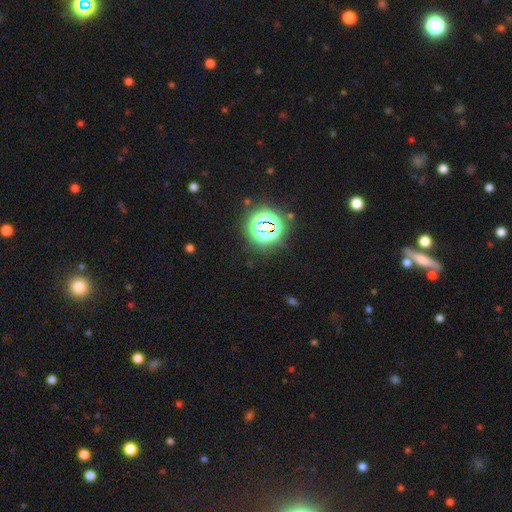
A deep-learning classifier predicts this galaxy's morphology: smooth_or_featured: star or artifact (p=0.80) [alt: smooth p=0.13]